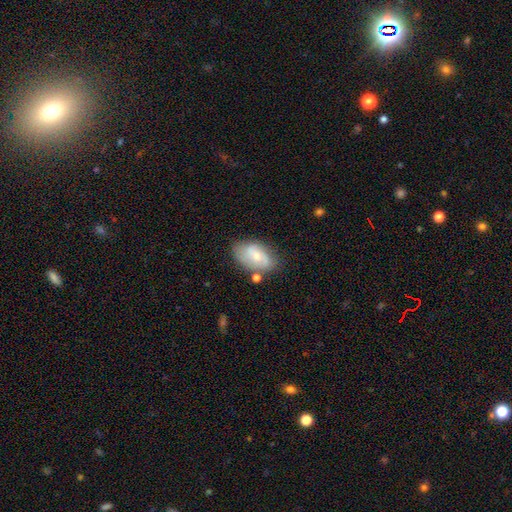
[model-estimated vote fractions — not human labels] Smooth or featured: smooth — 56% (featured or disk — 37%)
How rounded: in between — 92% (round — 6%)
Merging: none — 60% (minor disturbance — 24%)